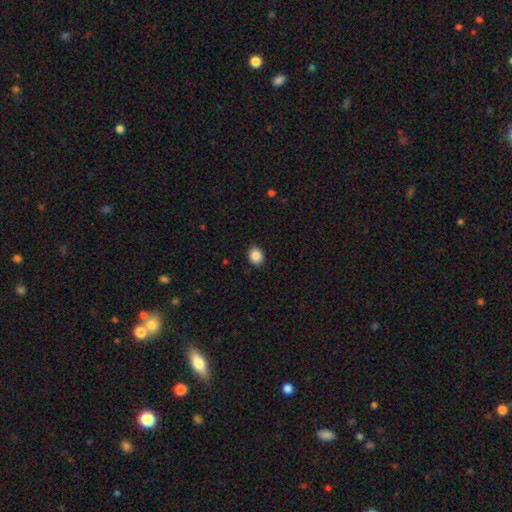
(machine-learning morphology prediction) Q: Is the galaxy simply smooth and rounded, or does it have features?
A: smooth — 88%.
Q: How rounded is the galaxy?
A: round — 61%.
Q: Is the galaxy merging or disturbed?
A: none — 89%.